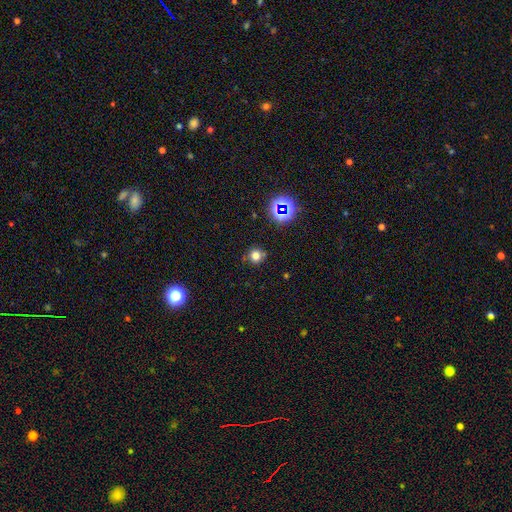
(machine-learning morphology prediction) The model was most divided on "smooth or featured": smooth: 72%, star or artifact: 21%, featured or disk: 7%. More confident: how rounded — round (92%); merging — none (84%).